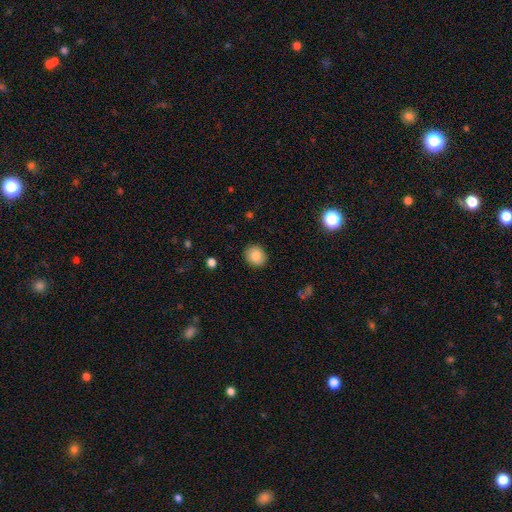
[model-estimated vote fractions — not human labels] Q: Smooth or featured?
A: smooth (84%); runner-up: star or artifact (9%)
Q: How rounded?
A: round (75%); runner-up: in between (24%)
Q: Merging?
A: none (90%); runner-up: minor disturbance (7%)